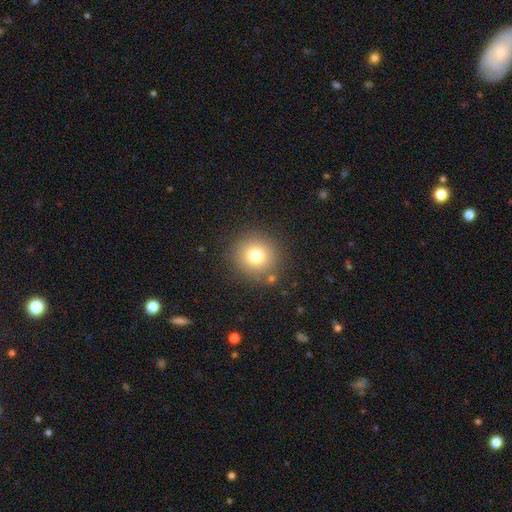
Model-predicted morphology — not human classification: smooth-or-featured: smooth: 77% | star or artifact: 13% | featured or disk: 10%
  how-rounded: round: 93% | in between: 6% | cigar-shaped: 1%
  merging: none: 86% | minor disturbance: 8% | major disturbance: 3% | merger: 3%